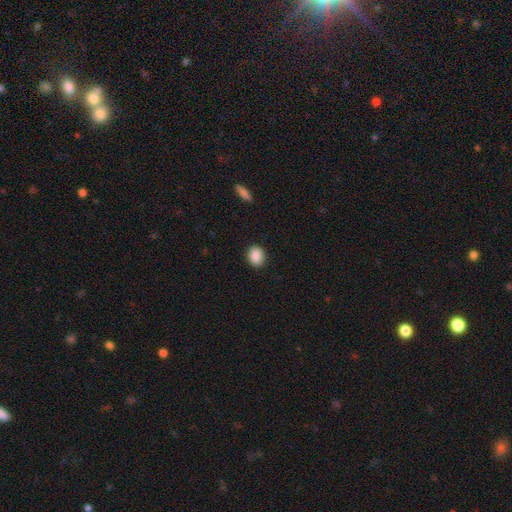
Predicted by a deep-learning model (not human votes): The model was most divided on "how rounded": round: 53%, in between: 45%, cigar-shaped: 1%. More confident: merging — none (89%); smooth or featured — smooth (88%).